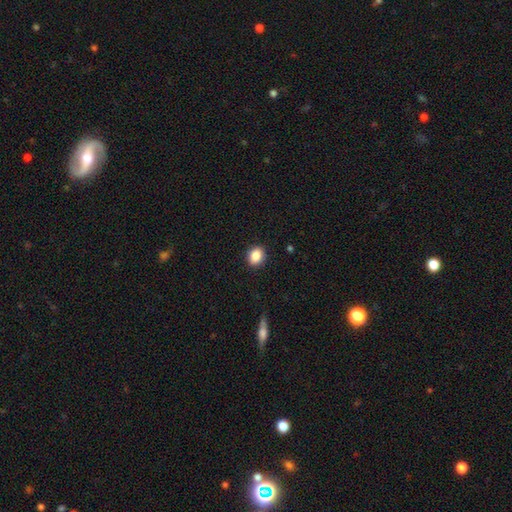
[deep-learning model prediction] smooth 87%, star or artifact 9%, featured or disk 5%. Down the decision tree: how rounded — round (54%); merging — none (90%).